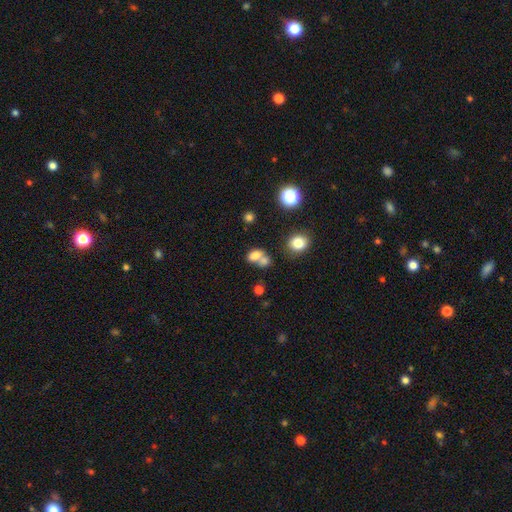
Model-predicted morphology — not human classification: Smooth or featured?
  - smooth: 75% *
  - star or artifact: 14%
  - featured or disk: 12%
How rounded?
  - in between: 68% *
  - round: 30%
  - cigar-shaped: 2%
Merging?
  - merger: 52% *
  - none: 32%
  - minor disturbance: 10%
  - major disturbance: 6%